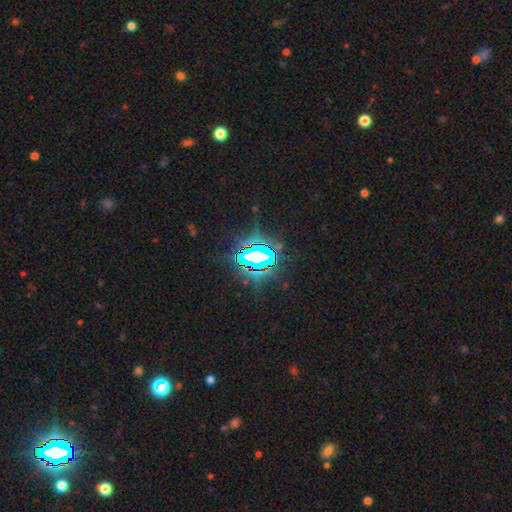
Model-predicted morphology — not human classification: Smooth or featured? Predicted: star or artifact (p=0.75).